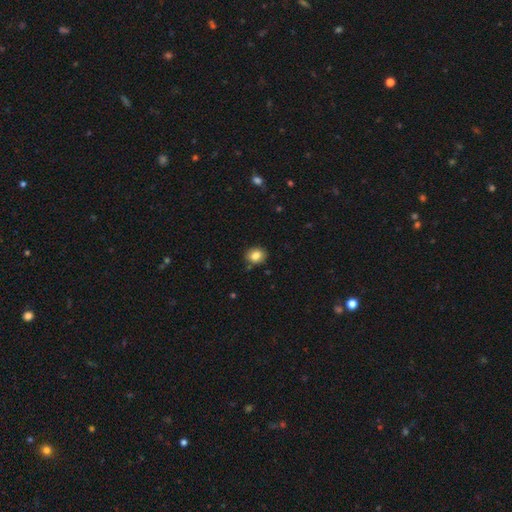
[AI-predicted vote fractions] Q: Smooth or featured?
A: smooth (84%); runner-up: star or artifact (10%)
Q: How rounded?
A: round (63%); runner-up: in between (36%)
Q: Merging?
A: none (85%); runner-up: minor disturbance (10%)